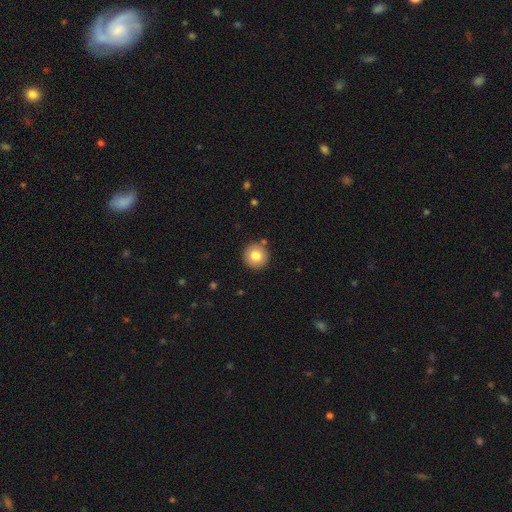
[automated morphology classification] The model was most divided on "smooth or featured": smooth: 79%, featured or disk: 11%, star or artifact: 10%. More confident: how rounded — round (96%); merging — none (89%).